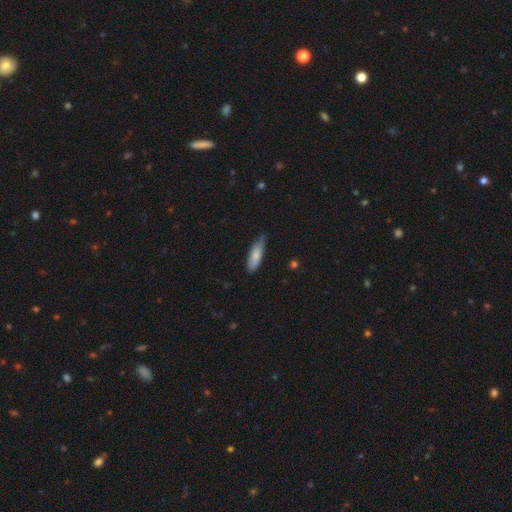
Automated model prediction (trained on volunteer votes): Overall: smooth (77%). How rounded: cigar-shaped (53%; in between 45%). Merging: none (65%; minor disturbance 30%).